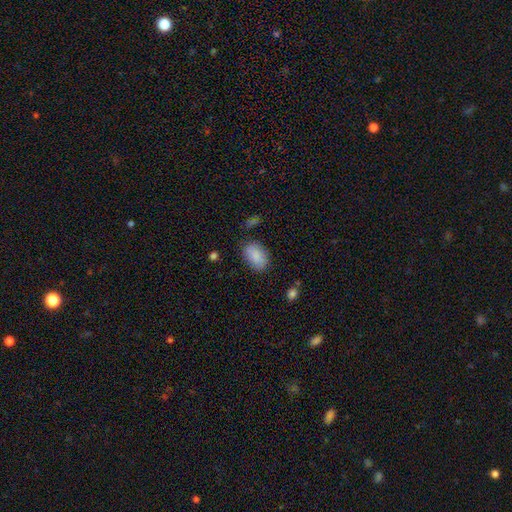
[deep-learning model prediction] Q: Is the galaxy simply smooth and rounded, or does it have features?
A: smooth — 87%.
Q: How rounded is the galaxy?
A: in between — 88%.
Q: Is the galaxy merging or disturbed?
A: none — 77%.